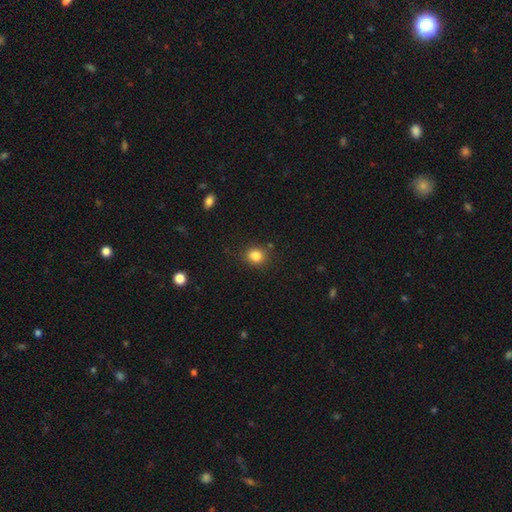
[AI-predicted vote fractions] Q: Smooth or featured?
A: smooth (84%); runner-up: star or artifact (11%)
Q: How rounded?
A: round (75%); runner-up: in between (24%)
Q: Merging?
A: none (83%); runner-up: minor disturbance (11%)